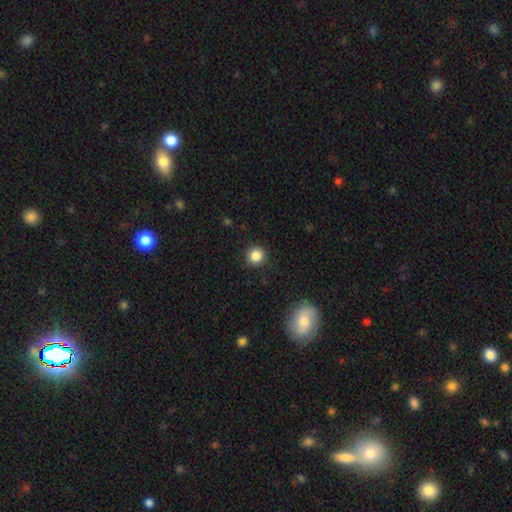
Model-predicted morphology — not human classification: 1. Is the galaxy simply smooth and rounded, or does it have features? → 85% smooth, 11% star or artifact, 4% featured or disk.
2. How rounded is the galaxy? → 93% round, 6% in between, 1% cigar-shaped.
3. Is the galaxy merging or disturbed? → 91% none, 6% minor disturbance, 2% major disturbance, 1% merger.